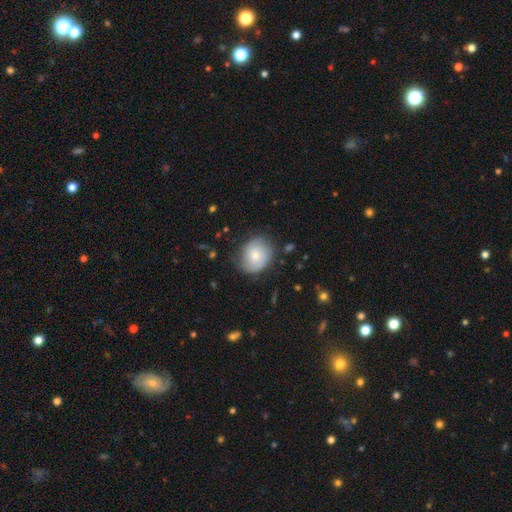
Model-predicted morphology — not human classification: This appears to be a smooth galaxy with no disk features (61%) that is round (63%). Merging: none (76%).